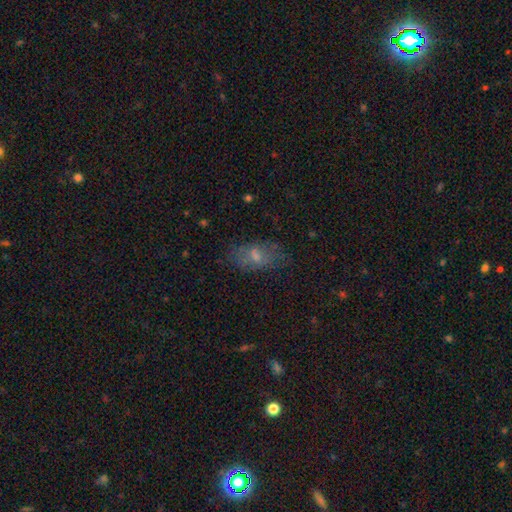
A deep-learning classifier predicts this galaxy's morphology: smooth-or-featured: smooth: 54% | featured or disk: 29% | star or artifact: 17%
  how-rounded: in between: 83% | cigar-shaped: 9% | round: 8%
  merging: none: 73% | minor disturbance: 17% | major disturbance: 7% | merger: 2%